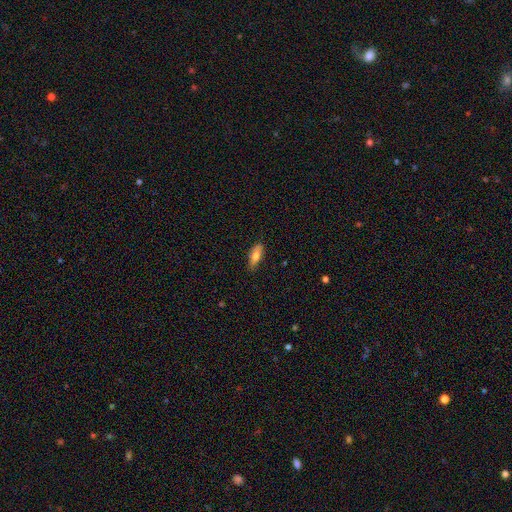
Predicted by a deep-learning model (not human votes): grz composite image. It shows a smooth galaxy with no disk features (74%) that is in between round and cigar-shaped (74%). Merging: none (78%).